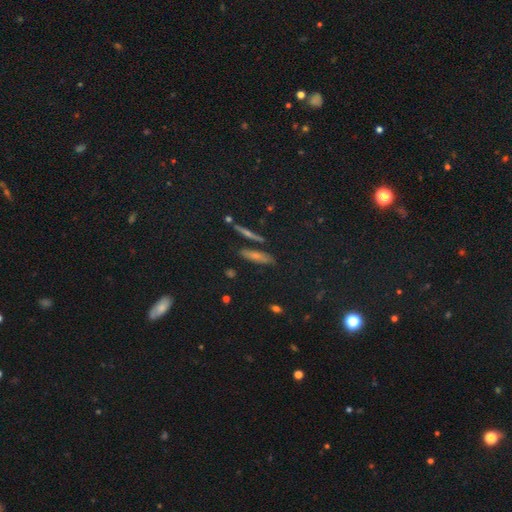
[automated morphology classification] Overall: smooth (41%; star or artifact 30%). Merging: none (77%).